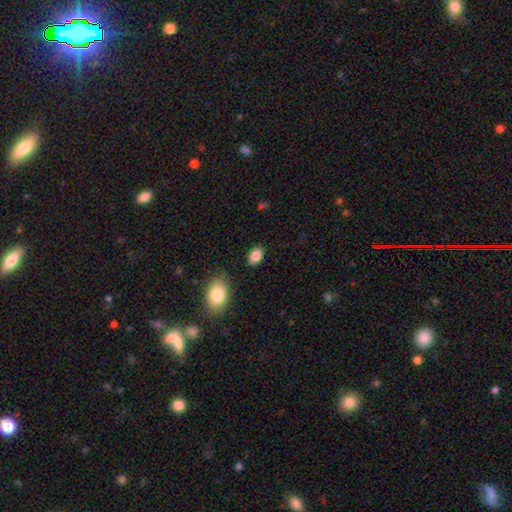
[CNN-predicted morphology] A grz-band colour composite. It shows a smooth galaxy with no disk features (86%) that is in between round and cigar-shaped (86%). Merging: none (84%).